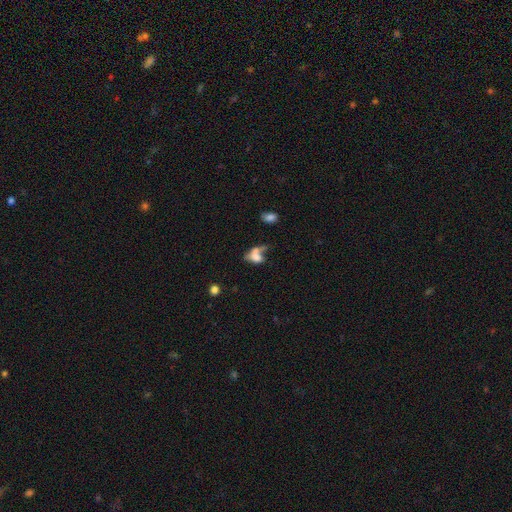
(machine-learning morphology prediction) The model was most divided on "merging": merger: 42%, major disturbance: 24%, none: 21%, minor disturbance: 13%. More confident: how rounded — in between (75%); smooth or featured — smooth (61%).